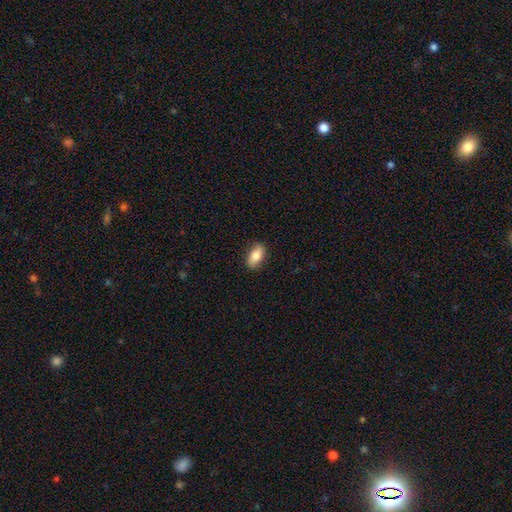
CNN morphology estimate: This is clearly a smooth galaxy (81%). How rounded: clearly in between (90%). Merging: clearly none (86%).